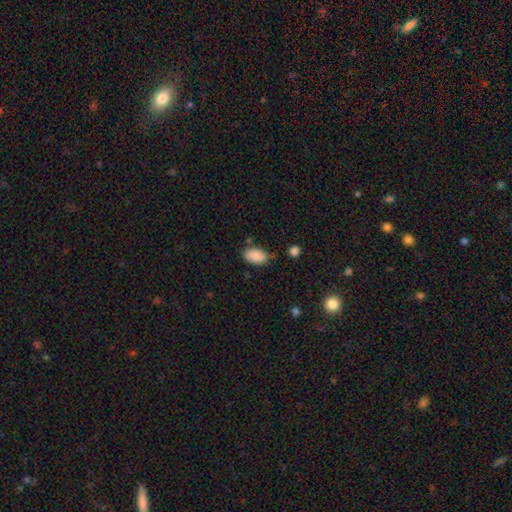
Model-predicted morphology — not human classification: A smooth galaxy with no disk features (89%) that is in between round and cigar-shaped (93%). Merging: none (71%).